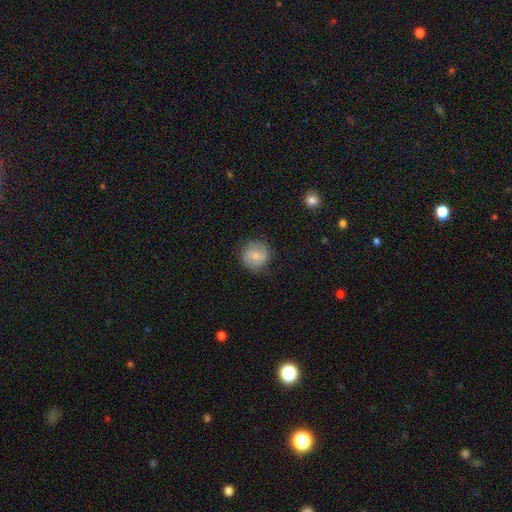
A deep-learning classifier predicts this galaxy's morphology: smooth-or-featured: smooth: 61% | featured or disk: 31% | star or artifact: 7%
  how-rounded: round: 90% | in between: 9% | cigar-shaped: 1%
  merging: none: 77% | minor disturbance: 17% | major disturbance: 4% | merger: 1%